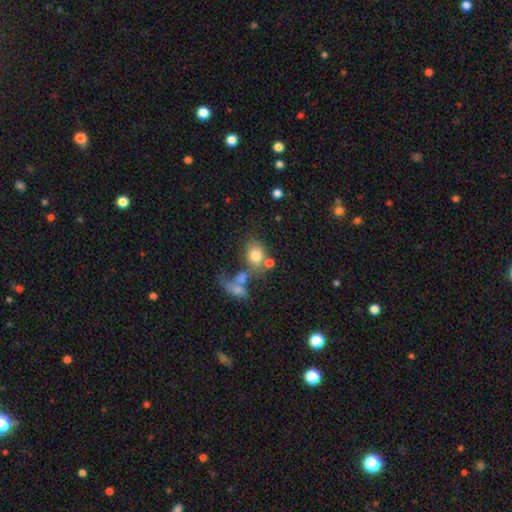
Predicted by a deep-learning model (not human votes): A smooth galaxy with no disk features (75%) that is in between round and cigar-shaped (51%).

Vote fractions:
- Smooth or featured? smooth: 75% / featured or disk: 15% / star or artifact: 10%
- How rounded? in between: 51% / round: 48% / cigar-shaped: 1%
- Merging? none: 37% / merger: 36% / major disturbance: 14% / minor disturbance: 13%